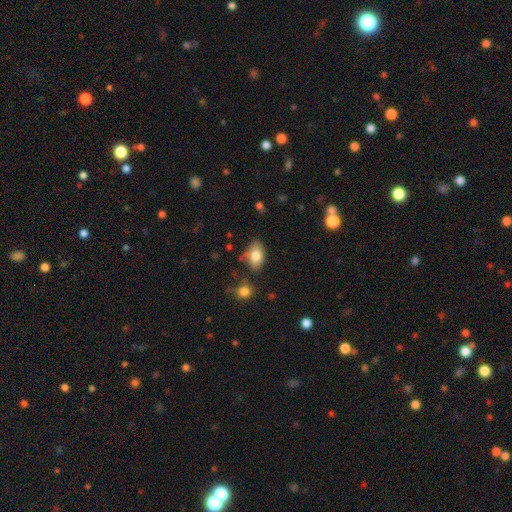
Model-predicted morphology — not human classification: Smooth or featured?
  - smooth: 81% *
  - featured or disk: 11%
  - star or artifact: 8%
How rounded?
  - in between: 88% *
  - round: 11%
  - cigar-shaped: 2%
Merging?
  - none: 70% *
  - minor disturbance: 20%
  - merger: 6%
  - major disturbance: 5%